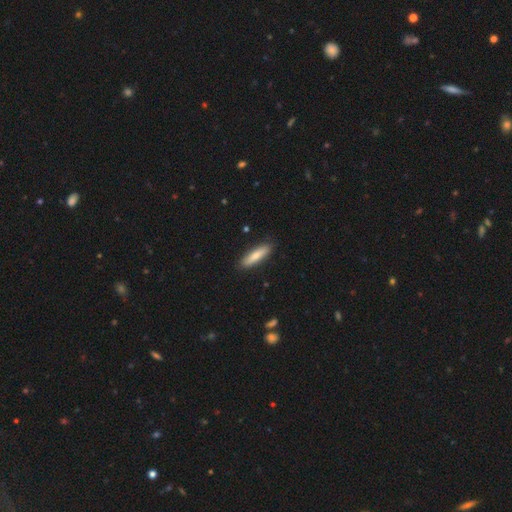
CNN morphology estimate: A smooth galaxy with no disk features (77%) that is cigar-shaped (73%).

Vote fractions:
- Smooth or featured? smooth: 77% / featured or disk: 18% / star or artifact: 5%
- How rounded? cigar-shaped: 73% / in between: 25% / round: 1%
- Merging? none: 88% / minor disturbance: 9% / major disturbance: 2% / merger: 1%